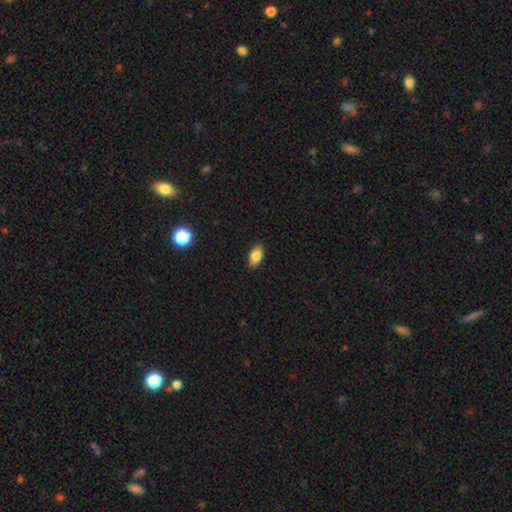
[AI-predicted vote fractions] A smooth galaxy with no disk features (85%) that is in between round and cigar-shaped (91%). Merging: none (88%).